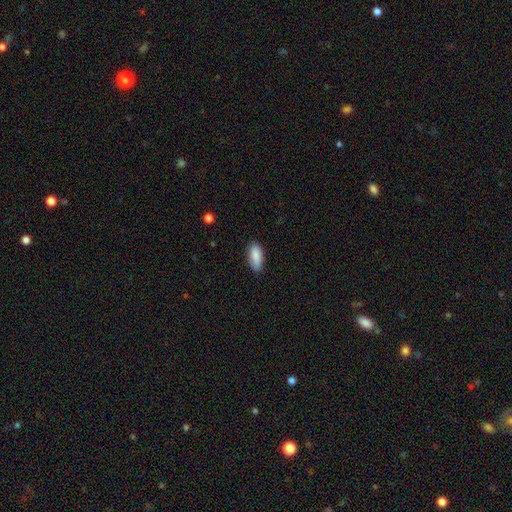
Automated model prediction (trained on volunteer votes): smooth 88%, star or artifact 6%, featured or disk 5%. Down the decision tree: how rounded — in between (83%); merging — none (84%).